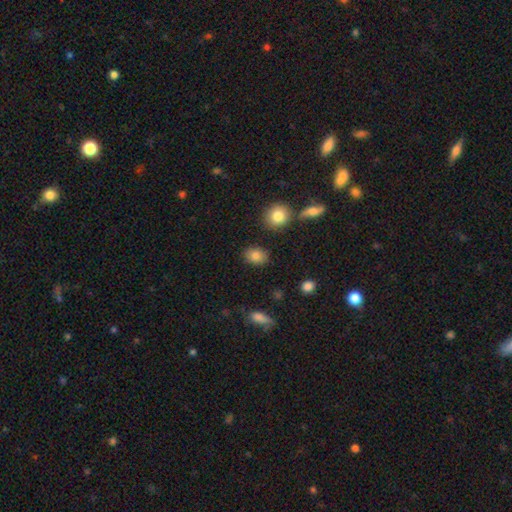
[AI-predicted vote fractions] Smooth or featured: smooth — 84% (star or artifact — 9%)
How rounded: in between — 60% (round — 39%)
Merging: none — 84% (minor disturbance — 10%)